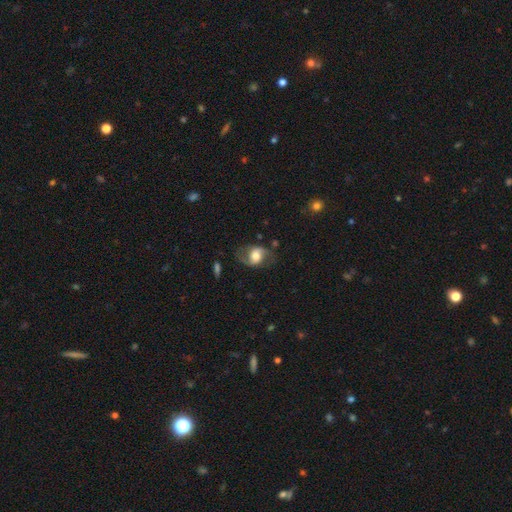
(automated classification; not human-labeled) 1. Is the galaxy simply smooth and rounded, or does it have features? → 56% featured or disk, 37% smooth, 7% star or artifact.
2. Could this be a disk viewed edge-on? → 95% no, 5% yes.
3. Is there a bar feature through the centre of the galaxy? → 47% no, 36% weak, 17% strong.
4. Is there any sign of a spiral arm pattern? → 81% yes, 19% no.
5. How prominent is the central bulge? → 45% moderate, 36% large, 11% small, 6% dominant, 2% none.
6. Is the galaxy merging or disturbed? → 64% none, 21% minor disturbance, 13% major disturbance, 2% merger.